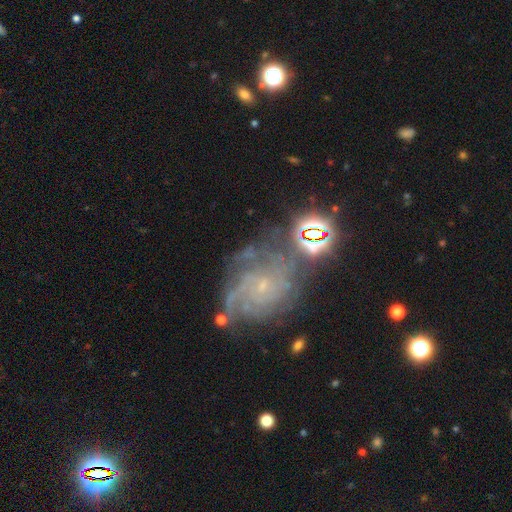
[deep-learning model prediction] featured or disk 72%, star or artifact 18%, smooth 10%. Down the decision tree: edge-on disk — no (97%); bar — no (74%); spiral arms — yes (95%); spiral arm count — can't tell (33%); spiral winding — tight (65%); bulge size — small (85%); merging — none (64%).